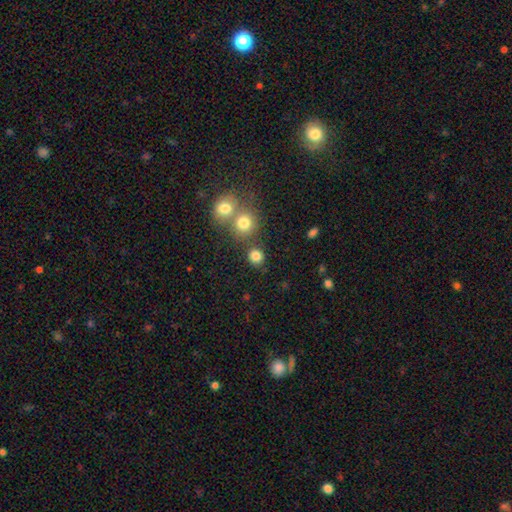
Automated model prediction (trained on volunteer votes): Smooth or featured?
  - smooth: 81% *
  - star or artifact: 13%
  - featured or disk: 6%
How rounded?
  - round: 86% *
  - in between: 13%
  - cigar-shaped: 1%
Merging?
  - none: 73% *
  - merger: 17%
  - minor disturbance: 7%
  - major disturbance: 3%